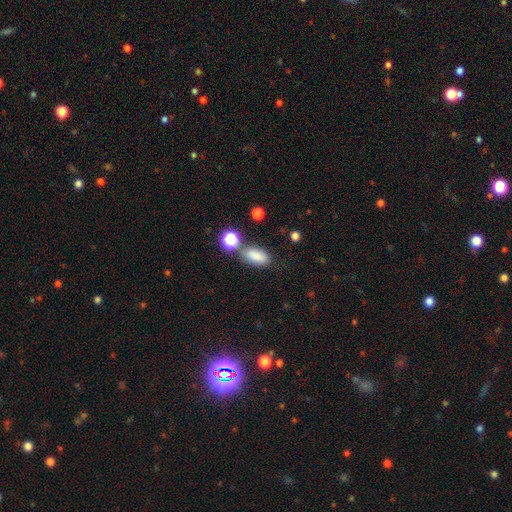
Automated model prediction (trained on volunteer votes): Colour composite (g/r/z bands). It shows a smooth galaxy with no disk features (82%) that is in between round and cigar-shaped (85%). Merging: none (62%).